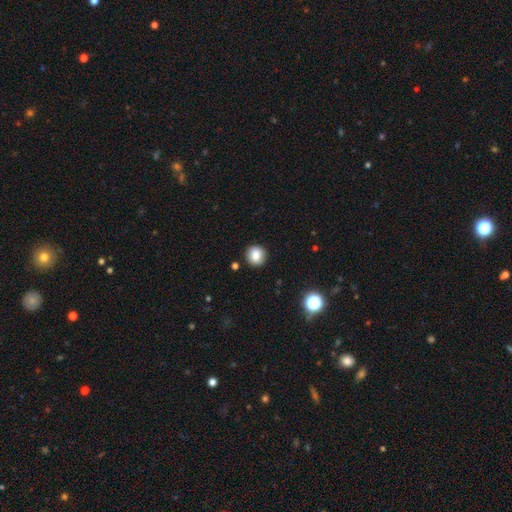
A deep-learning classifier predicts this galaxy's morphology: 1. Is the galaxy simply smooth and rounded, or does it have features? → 82% smooth, 10% star or artifact, 8% featured or disk.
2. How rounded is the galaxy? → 91% round, 8% in between, 1% cigar-shaped.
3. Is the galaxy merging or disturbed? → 90% none, 7% minor disturbance, 2% major disturbance, 2% merger.